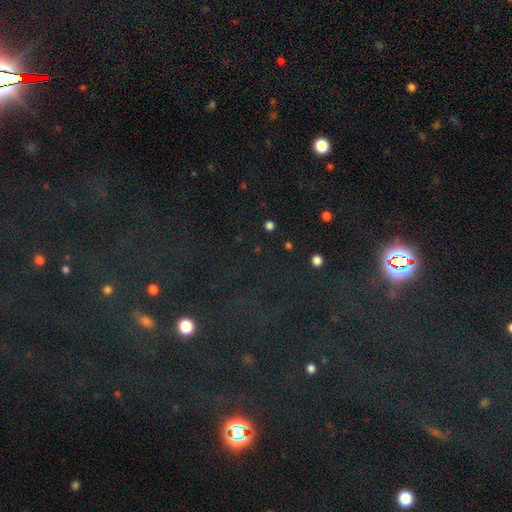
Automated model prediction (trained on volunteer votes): Q: Smooth or featured?
A: star or artifact (77%); runner-up: smooth (15%)